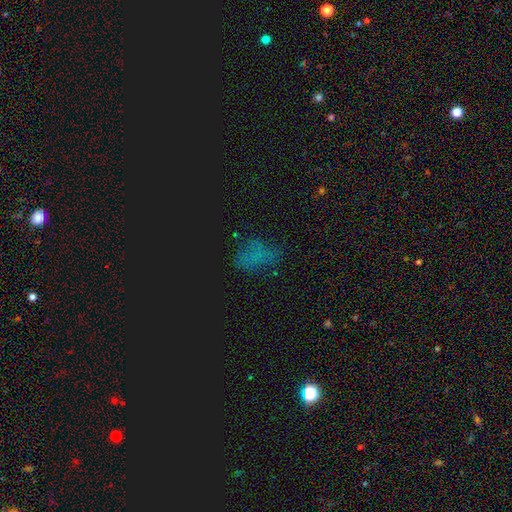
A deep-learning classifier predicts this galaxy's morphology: smooth_or_featured: star or artifact (p=0.44) [tied with: smooth p=0.44]